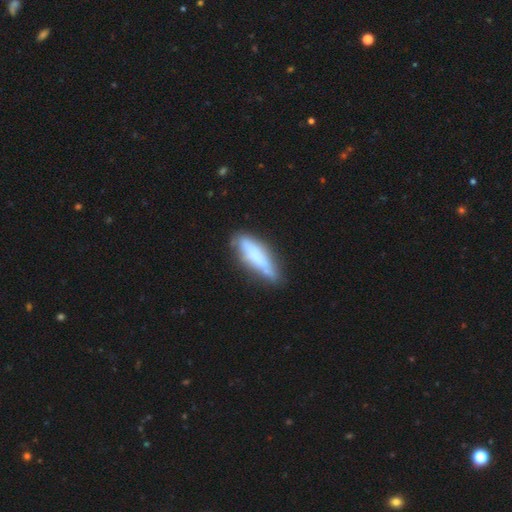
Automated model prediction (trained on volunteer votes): smooth_or_featured: smooth (p=0.61) [alt: featured or disk p=0.32]
how_rounded: cigar-shaped (p=0.68) [alt: in between p=0.31]
merging: none (p=0.63) [alt: minor disturbance p=0.25]